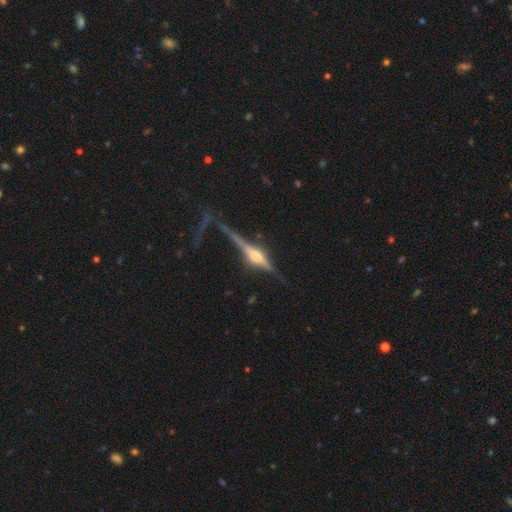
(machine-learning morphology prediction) featured or disk 82%, smooth 12%, star or artifact 7%. Down the decision tree: edge-on disk — yes (96%); edge-on bulge — rounded (83%); merging — none (68%).